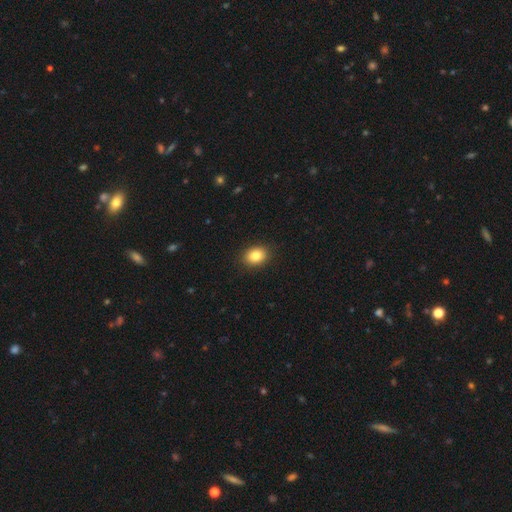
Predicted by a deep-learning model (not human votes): A smooth galaxy with no disk features (85%) that is in between round and cigar-shaped (56%).

Vote fractions:
- Smooth or featured? smooth: 85% / star or artifact: 10% / featured or disk: 6%
- How rounded? in between: 56% / round: 43% / cigar-shaped: 1%
- Merging? none: 90% / minor disturbance: 7% / major disturbance: 2% / merger: 1%